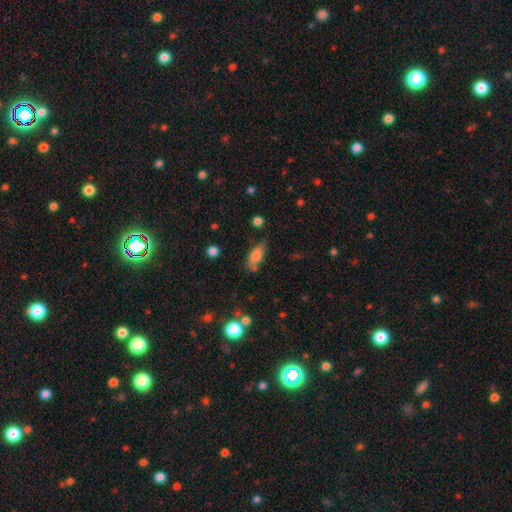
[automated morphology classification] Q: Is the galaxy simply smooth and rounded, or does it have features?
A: smooth — 79%.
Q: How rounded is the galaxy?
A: in between — 79%.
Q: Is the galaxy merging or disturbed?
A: none — 63%.